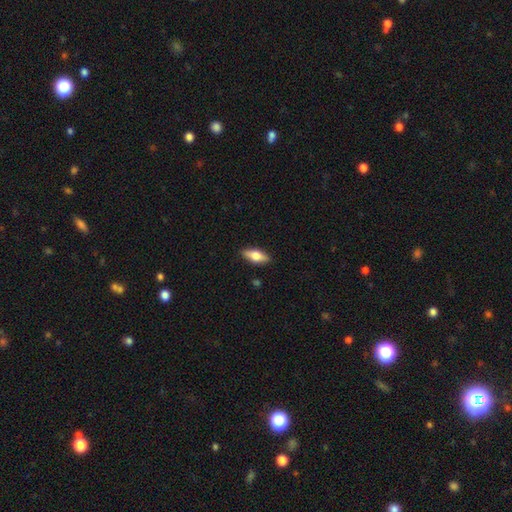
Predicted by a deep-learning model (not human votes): This appears to be a smooth galaxy with no disk features (63%) that is in between round and cigar-shaped (74%). Merging: none (88%).